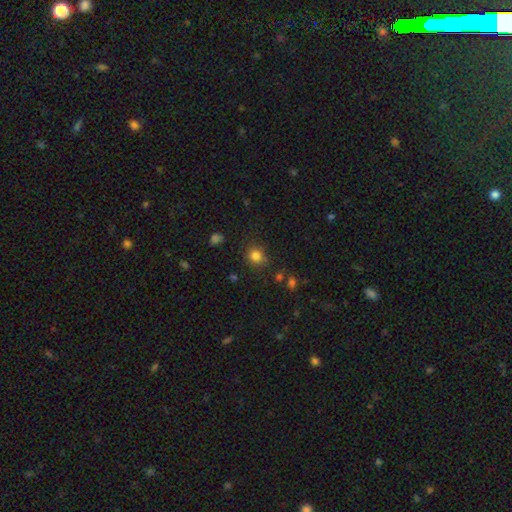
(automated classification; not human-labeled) This appears to be a smooth galaxy with no disk features (81%) that is round (81%). Merging: none (80%).